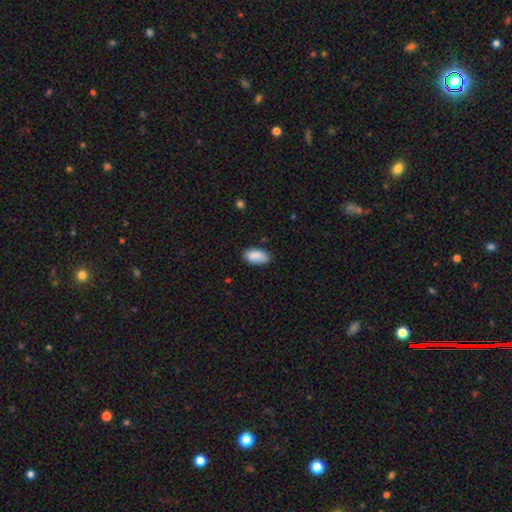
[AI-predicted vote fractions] Overall: smooth (87%). How rounded: in between (93%). Merging: none (75%).